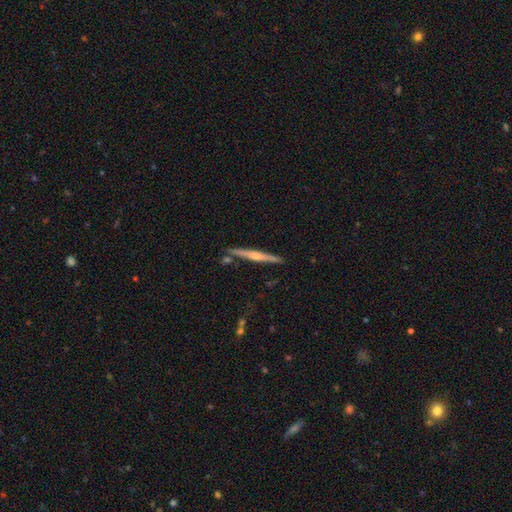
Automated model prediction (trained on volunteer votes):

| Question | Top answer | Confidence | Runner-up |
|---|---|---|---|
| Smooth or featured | featured or disk | 64% | smooth (30%) |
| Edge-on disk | yes | 98% | no (2%) |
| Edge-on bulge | rounded | 69% | none (19%) |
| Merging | none | 87% | minor disturbance (8%) |